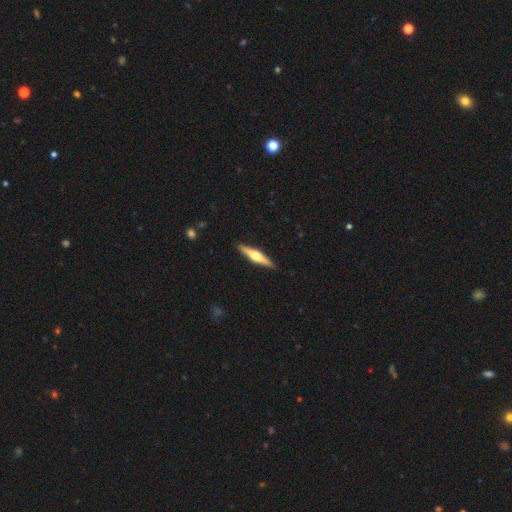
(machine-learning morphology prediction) A featured or disk galaxy (64%) viewed edge-on (97%) with a rounded central bulge (91%). Merging: none (91%).